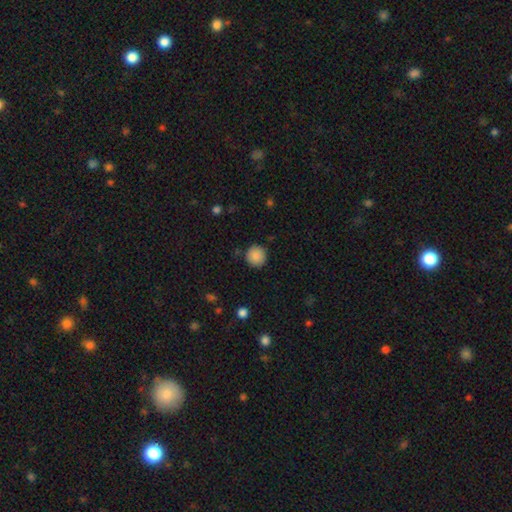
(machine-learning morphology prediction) This is clearly a smooth galaxy (88%). How rounded: clearly round (94%). Merging: clearly none (89%).